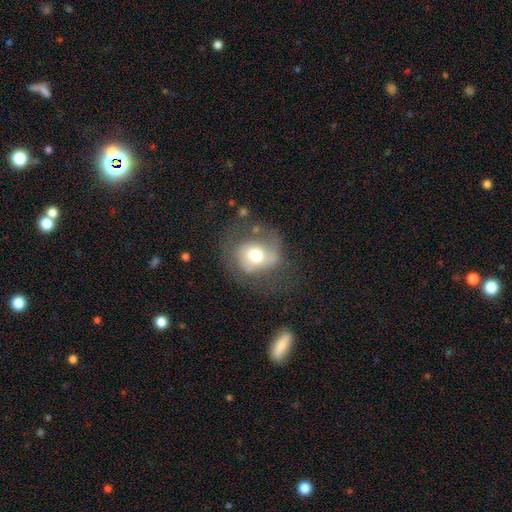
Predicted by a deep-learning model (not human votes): A smooth galaxy with no disk features (50%) that is round (66%).

Vote fractions:
- Smooth or featured? smooth: 50% / featured or disk: 40% / star or artifact: 9%
- How rounded? round: 66% / in between: 33% / cigar-shaped: 1%
- Merging? none: 39% / major disturbance: 32% / minor disturbance: 25% / merger: 4%